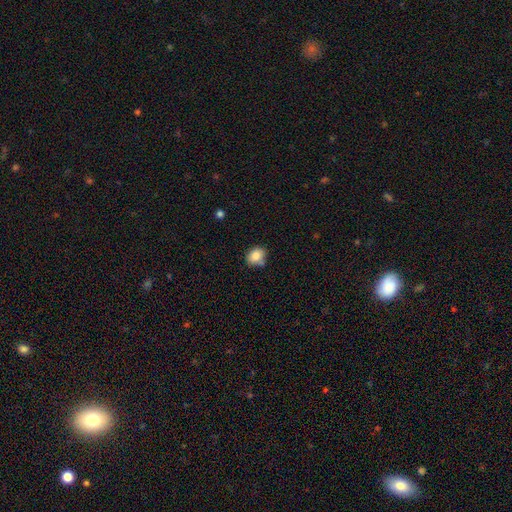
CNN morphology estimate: Overall: smooth (83%). How rounded: round (56%; in between 43%). Merging: none (70%).